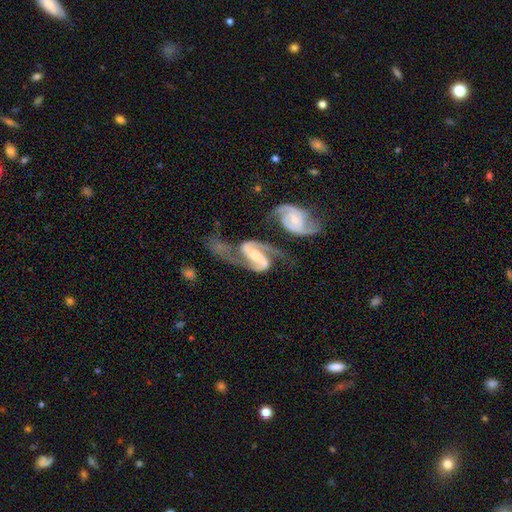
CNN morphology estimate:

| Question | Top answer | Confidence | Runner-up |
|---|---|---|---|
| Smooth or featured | featured or disk | 92% | smooth (4%) |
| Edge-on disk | no | 97% | yes (3%) |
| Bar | strong | 55% | weak (33%) |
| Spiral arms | yes | 98% | no (2%) |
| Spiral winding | medium | 55% | loose (29%) |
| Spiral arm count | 2 | 94% | can't tell (2%) |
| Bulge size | small | 47% | moderate (42%) |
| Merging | merger | 37% | none (34%) |